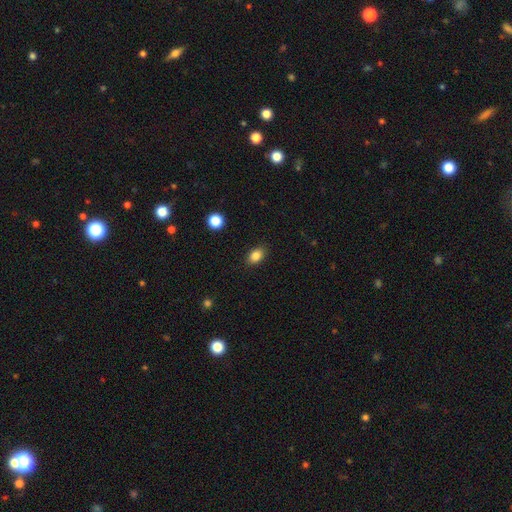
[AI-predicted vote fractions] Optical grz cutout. It shows a smooth galaxy with no disk features (84%) that is in between round and cigar-shaped (78%). Merging: none (88%).